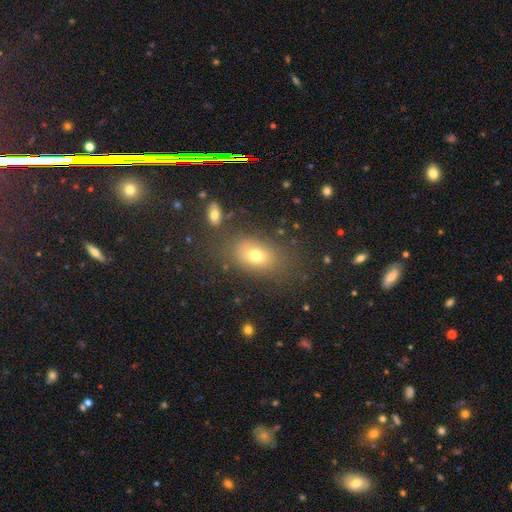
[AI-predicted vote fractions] The model was most divided on "smooth or featured": smooth: 70%, featured or disk: 16%, star or artifact: 14%. More confident: how rounded — in between (79%); merging — none (72%).